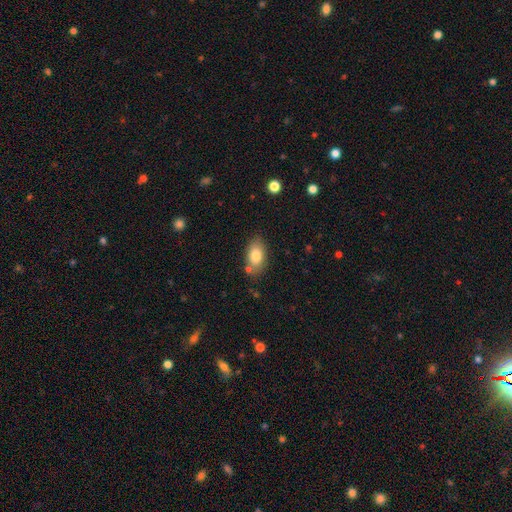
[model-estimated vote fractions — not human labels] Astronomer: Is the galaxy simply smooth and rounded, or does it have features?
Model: smooth — 82%.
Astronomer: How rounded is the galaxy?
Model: in between — 91%.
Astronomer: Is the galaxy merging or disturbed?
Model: none — 74%.